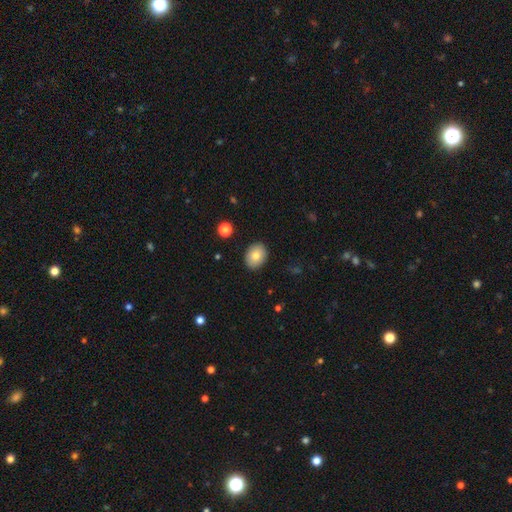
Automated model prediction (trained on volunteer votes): smooth 82%, featured or disk 11%, star or artifact 8%. Down the decision tree: how rounded — in between (62%); merging — none (89%).